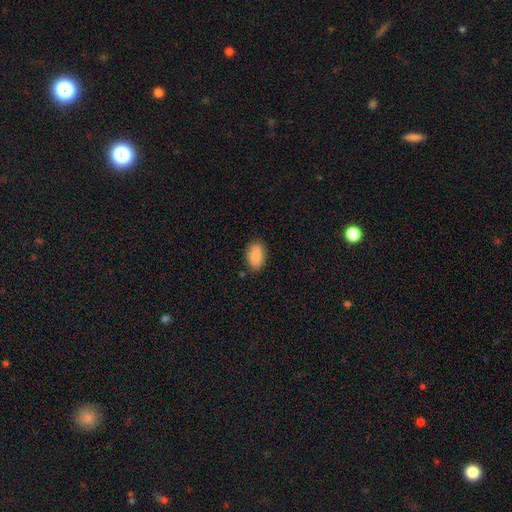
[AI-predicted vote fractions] The model was most divided on "merging": none: 82%, minor disturbance: 14%, major disturbance: 3%, merger: 2%. More confident: how rounded — in between (88%); smooth or featured — smooth (82%).